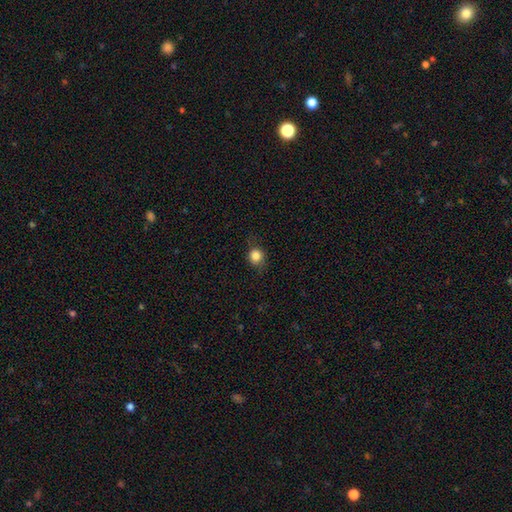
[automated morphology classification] type=smooth (84%); roundness=round (82%); merging=none (79%).